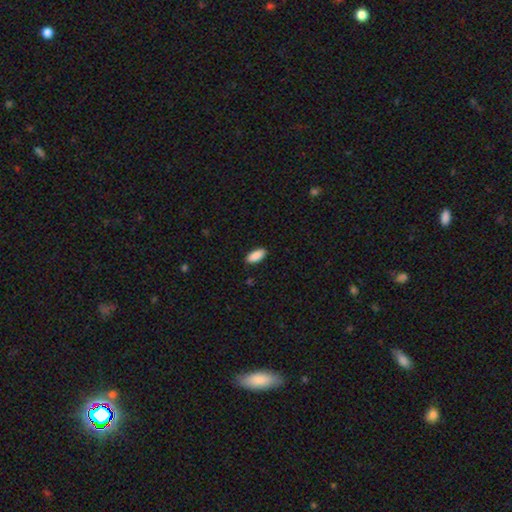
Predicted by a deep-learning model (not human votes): Smooth or featured: smooth — 90% (star or artifact — 6%)
How rounded: in between — 89% (cigar-shaped — 9%)
Merging: none — 89% (minor disturbance — 8%)